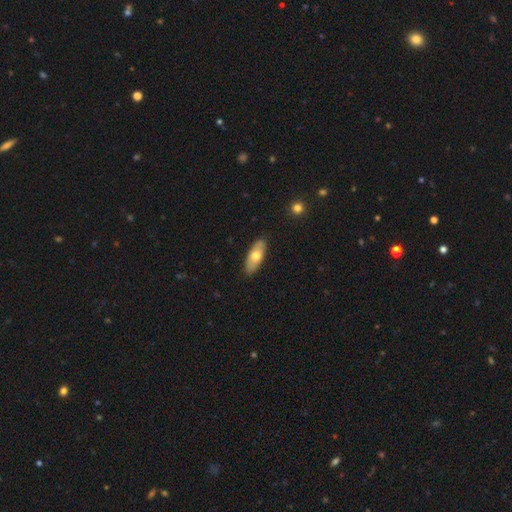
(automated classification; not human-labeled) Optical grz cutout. It shows a smooth galaxy with no disk features (65%) that is in between round and cigar-shaped (80%). Merging: none (88%).